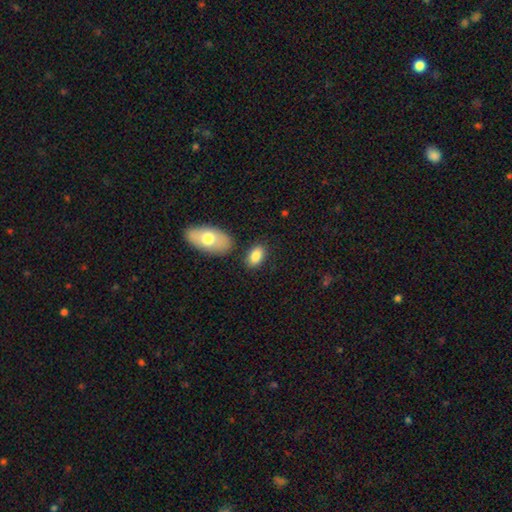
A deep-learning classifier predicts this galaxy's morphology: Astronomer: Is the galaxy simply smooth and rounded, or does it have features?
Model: smooth — 84%.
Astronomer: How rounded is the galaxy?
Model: in between — 91%.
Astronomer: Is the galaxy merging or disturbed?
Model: none — 75%.